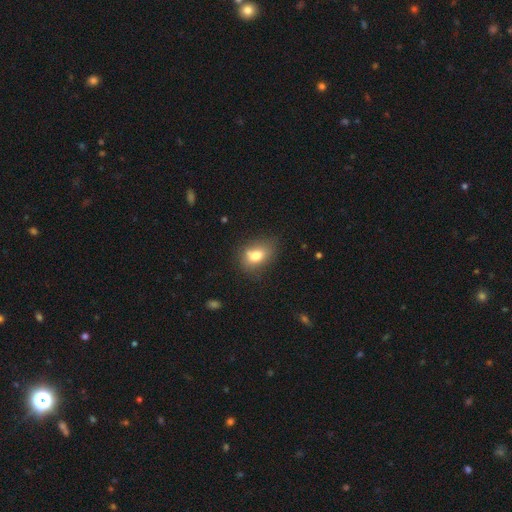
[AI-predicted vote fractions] A smooth galaxy with no disk features (75%) that is in between round and cigar-shaped (70%).

Vote fractions:
- Smooth or featured? smooth: 75% / featured or disk: 15% / star or artifact: 11%
- How rounded? in between: 70% / round: 28% / cigar-shaped: 2%
- Merging? none: 54% / minor disturbance: 26% / merger: 11% / major disturbance: 9%